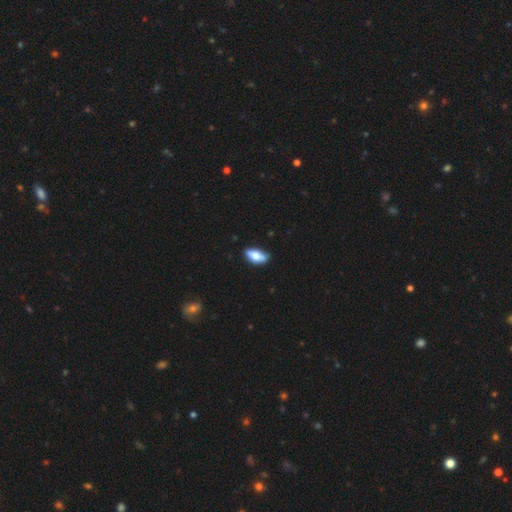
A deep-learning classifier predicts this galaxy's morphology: Smooth or featured? smooth (66%)
How rounded? in between (85%)
Merging? none (71%)